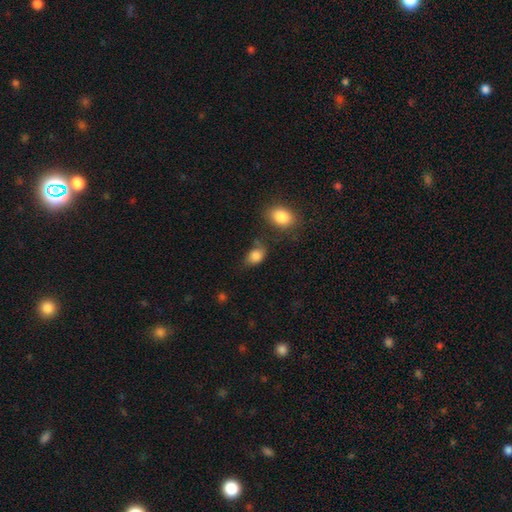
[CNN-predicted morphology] type=smooth (85%); roundness=in between (76%); merging=none (55%).